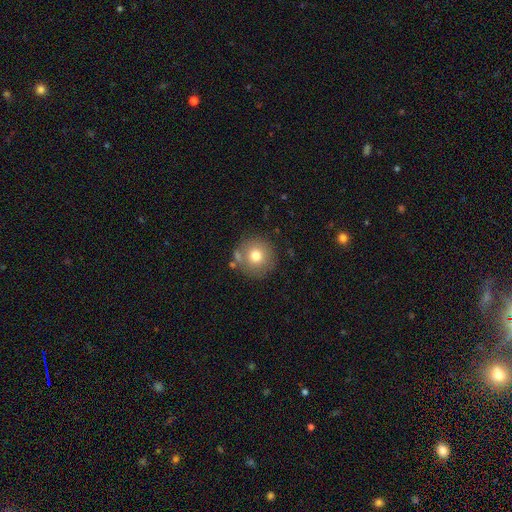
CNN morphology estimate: This is likely a smooth galaxy (74%). How rounded: clearly round (95%). Merging: likely none (78%).